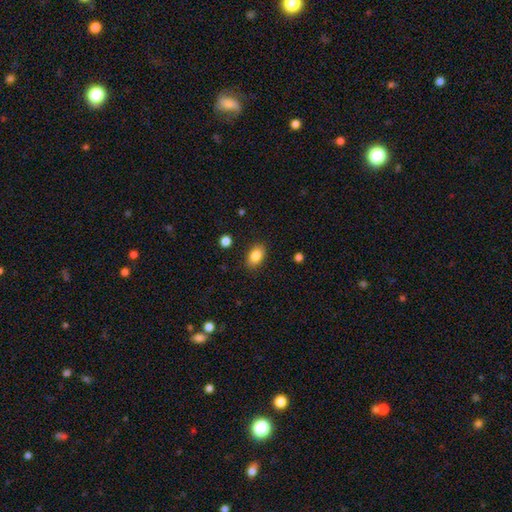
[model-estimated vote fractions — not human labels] smooth-or-featured: smooth: 84% | star or artifact: 9% | featured or disk: 7%
  how-rounded: in between: 84% | round: 15% | cigar-shaped: 1%
  merging: none: 87% | minor disturbance: 10% | major disturbance: 2% | merger: 1%